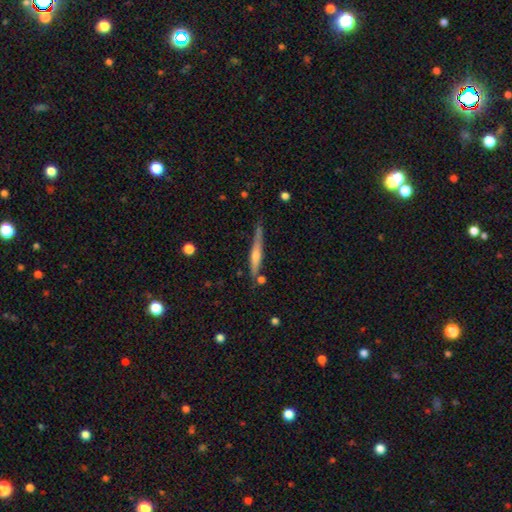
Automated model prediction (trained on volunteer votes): This appears to be a featured or disk galaxy (59%) viewed edge-on (96%) with a rounded central bulge (74%). Merging: none (71%).